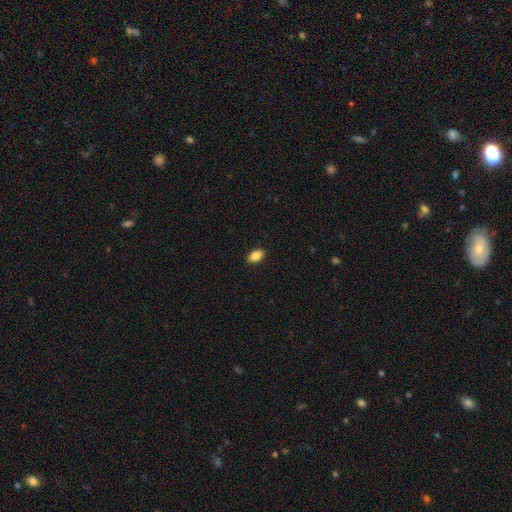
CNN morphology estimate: Smooth or featured? smooth (87%)
How rounded? in between (91%)
Merging? none (90%)